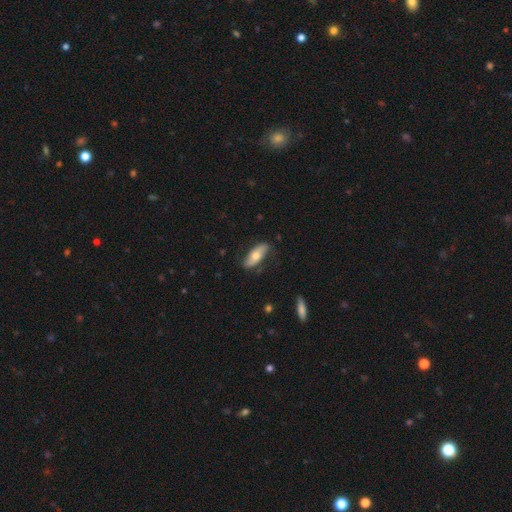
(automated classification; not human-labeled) smooth_or_featured: smooth (p=0.60) [alt: featured or disk p=0.34]
how_rounded: in between (p=0.72) [alt: cigar-shaped p=0.25]
merging: none (p=0.78) [alt: minor disturbance p=0.18]